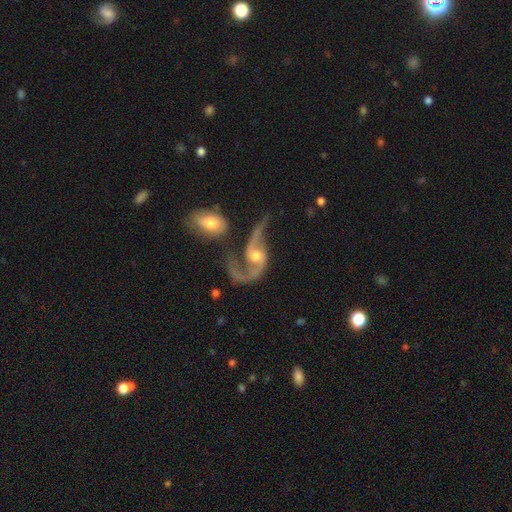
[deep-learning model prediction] Q: Smooth or featured?
A: featured or disk (89%); runner-up: smooth (6%)
Q: Edge-on disk?
A: no (97%); runner-up: yes (3%)
Q: Bar?
A: no (57%); runner-up: weak (33%)
Q: Spiral arms?
A: yes (95%); runner-up: no (5%)
Q: Spiral winding?
A: loose (75%); runner-up: medium (20%)
Q: Spiral arm count?
A: 2 (86%); runner-up: 1 (9%)
Q: Bulge size?
A: moderate (65%); runner-up: small (25%)
Q: Merging?
A: none (37%); runner-up: major disturbance (26%)